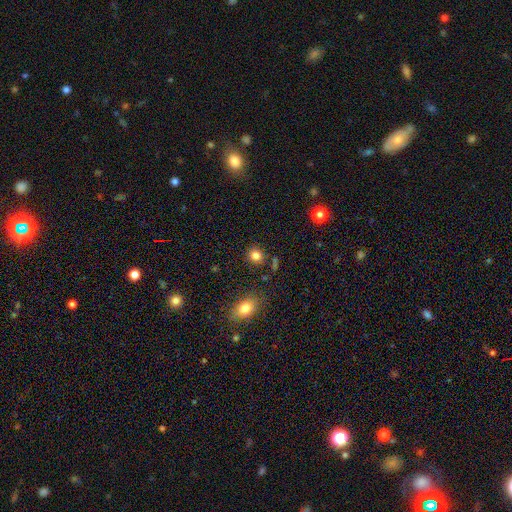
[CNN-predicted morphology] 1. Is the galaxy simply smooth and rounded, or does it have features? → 82% smooth, 12% star or artifact, 6% featured or disk.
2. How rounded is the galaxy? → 84% round, 15% in between, 1% cigar-shaped.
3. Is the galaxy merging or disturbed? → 85% none, 8% minor disturbance, 4% merger, 3% major disturbance.